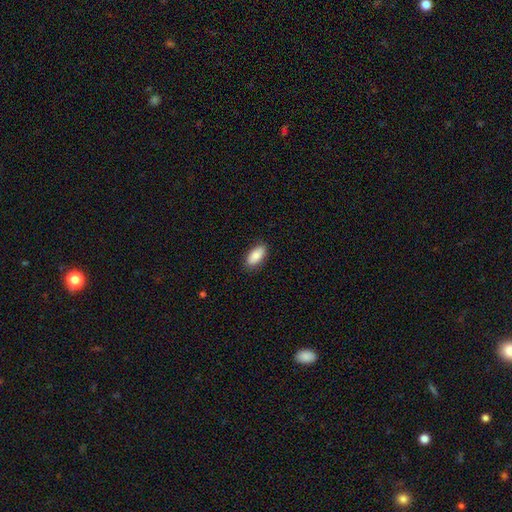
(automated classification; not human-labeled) smooth-or-featured: smooth: 85% | featured or disk: 9% | star or artifact: 6%
  how-rounded: in between: 91% | cigar-shaped: 7% | round: 2%
  merging: none: 86% | minor disturbance: 11% | major disturbance: 2% | merger: 1%